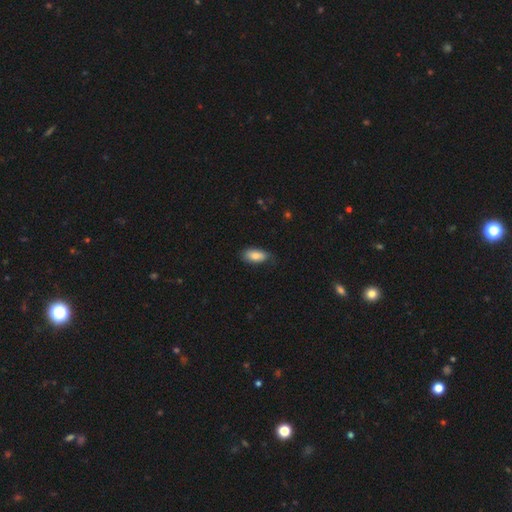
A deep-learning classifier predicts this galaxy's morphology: Smooth or featured?
  - smooth: 85% *
  - featured or disk: 8%
  - star or artifact: 7%
How rounded?
  - in between: 89% *
  - cigar-shaped: 8%
  - round: 3%
Merging?
  - none: 66% *
  - minor disturbance: 27%
  - major disturbance: 5%
  - merger: 1%